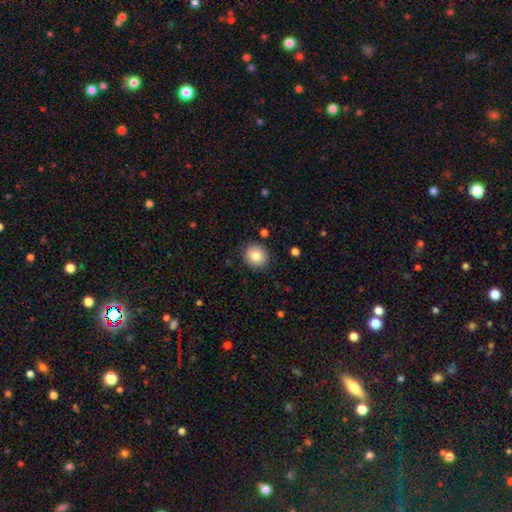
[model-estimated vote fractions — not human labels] A smooth galaxy with no disk features (83%) that is round (82%). Merging: none (88%).